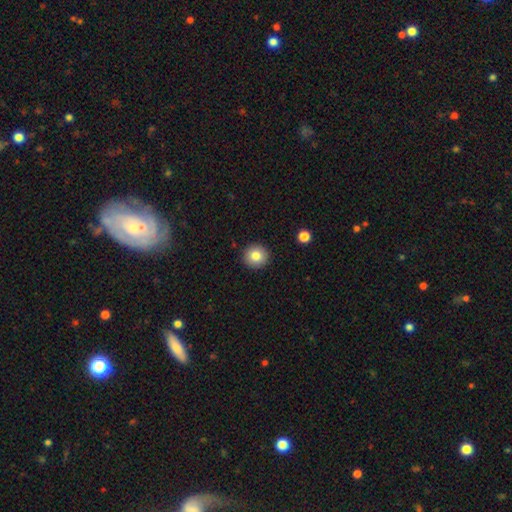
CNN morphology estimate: smooth 82%, star or artifact 10%, featured or disk 9%. Down the decision tree: how rounded — round (93%); merging — none (92%).